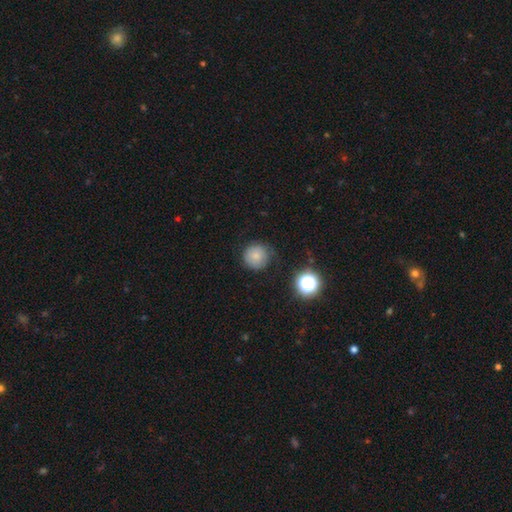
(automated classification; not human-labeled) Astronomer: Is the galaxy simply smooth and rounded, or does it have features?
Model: smooth — 76%.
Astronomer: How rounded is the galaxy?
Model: round — 94%.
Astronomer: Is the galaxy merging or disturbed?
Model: none — 76%.